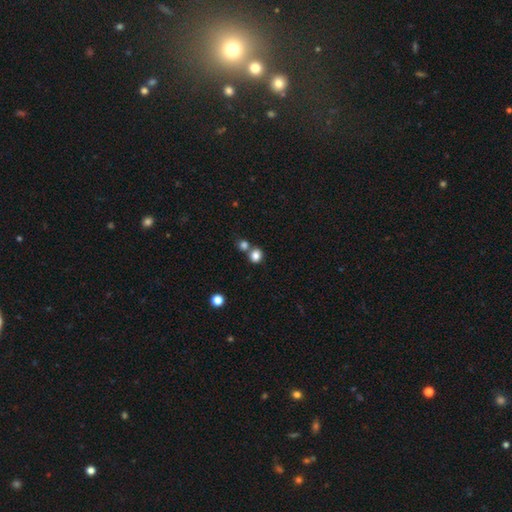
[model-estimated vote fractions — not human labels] Q: Smooth or featured?
A: smooth (83%); runner-up: star or artifact (11%)
Q: How rounded?
A: round (78%); runner-up: in between (21%)
Q: Merging?
A: none (60%); runner-up: merger (29%)